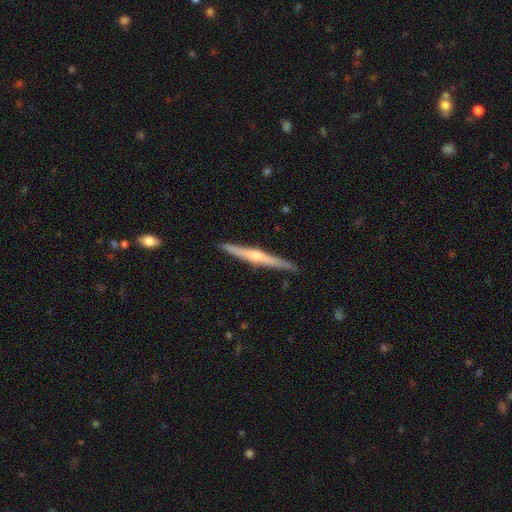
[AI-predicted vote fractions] Smooth or featured? featured or disk (69%)
Edge-on disk? yes (98%)
Edge-on bulge? rounded (77%)
Merging? none (90%)